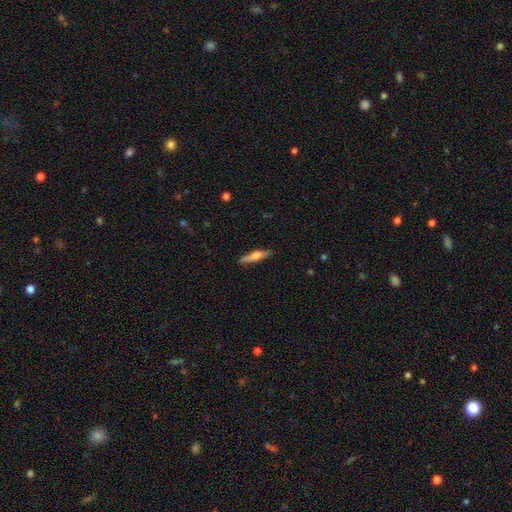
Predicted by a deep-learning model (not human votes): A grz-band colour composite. It shows a smooth galaxy with no disk features (53%) that is cigar-shaped (83%). Merging: none (88%).